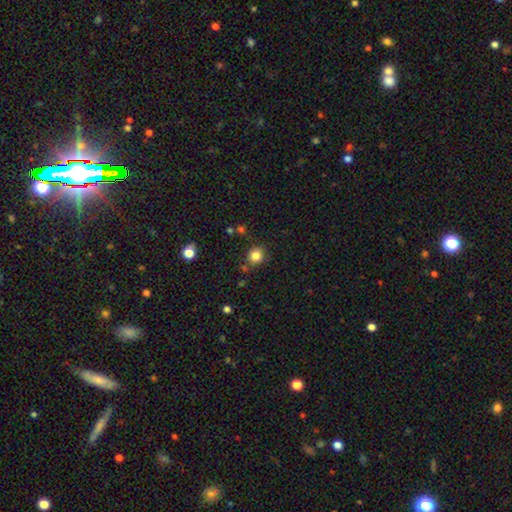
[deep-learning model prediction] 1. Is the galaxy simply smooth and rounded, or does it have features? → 82% smooth, 12% star or artifact, 6% featured or disk.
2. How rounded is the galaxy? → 83% round, 16% in between, 1% cigar-shaped.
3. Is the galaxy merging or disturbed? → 81% none, 12% minor disturbance, 4% merger, 3% major disturbance.